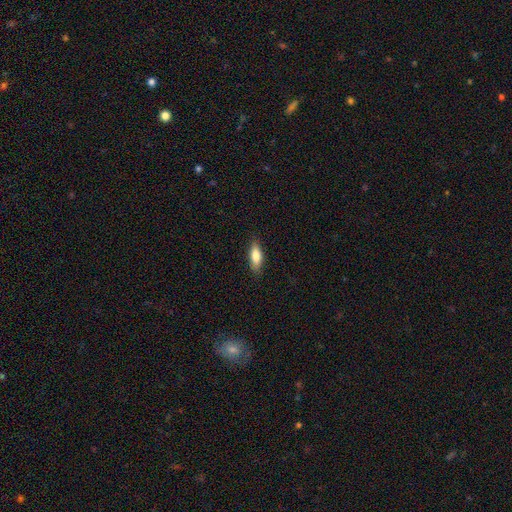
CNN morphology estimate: The model was most divided on "how rounded": in between: 63%, cigar-shaped: 34%, round: 2%. More confident: merging — none (85%); smooth or featured — smooth (78%).